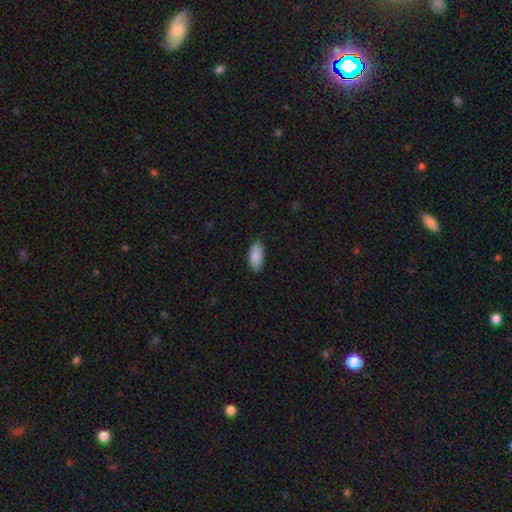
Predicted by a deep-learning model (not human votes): smooth_or_featured: smooth (p=0.86) [alt: featured or disk p=0.08]
how_rounded: in between (p=0.92) [alt: cigar-shaped p=0.06]
merging: none (p=0.83) [alt: minor disturbance p=0.14]